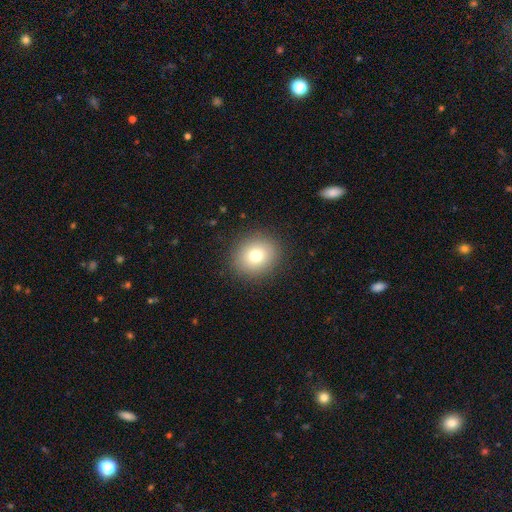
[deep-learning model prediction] Smooth or featured? Predicted: smooth (p=0.76). How rounded? Predicted: round (p=0.78). Merging? Predicted: none (p=0.89).